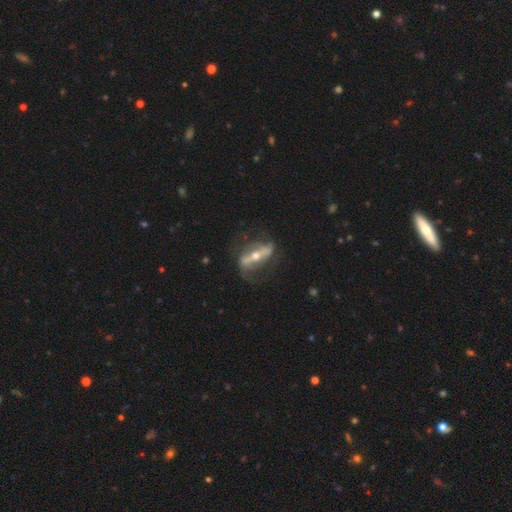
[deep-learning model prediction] Smooth or featured: featured or disk — 81% (smooth — 13%)
Edge-on disk: no — 73% (yes — 27%)
Bar: strong — 71% (weak — 15%)
Spiral arms: yes — 75% (no — 25%)
Bulge size: moderate — 57% (small — 38%)
Merging: none — 60% (minor disturbance — 19%)